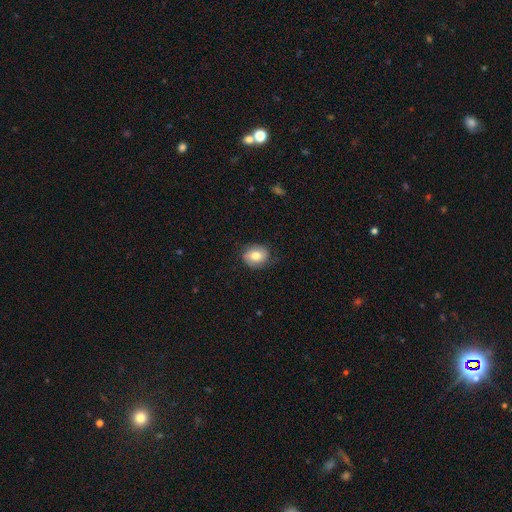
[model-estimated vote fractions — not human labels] smooth_or_featured: smooth (p=0.73) [alt: featured or disk p=0.19]
how_rounded: round (p=0.58) [alt: in between p=0.41]
merging: none (p=0.78) [alt: minor disturbance p=0.17]